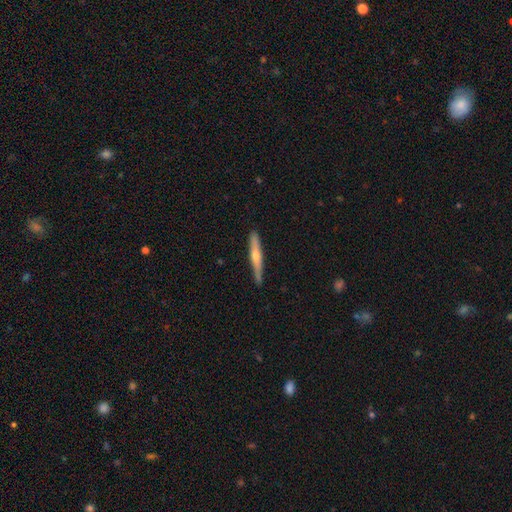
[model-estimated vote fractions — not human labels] Morphology: type=featured or disk (64%); edge-on=yes (96%); edge-on bulge=rounded (84%); merging=none (88%).